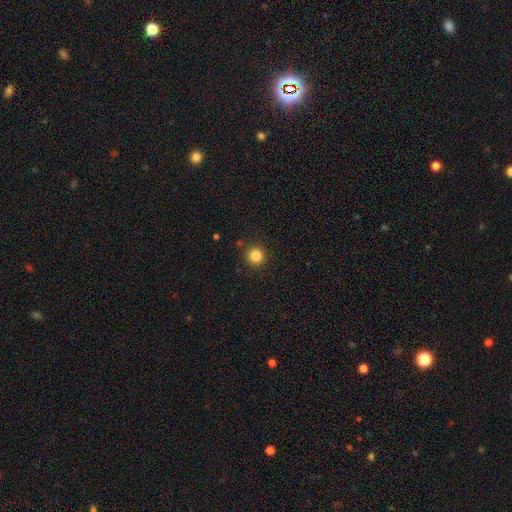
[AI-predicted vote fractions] This is clearly a smooth galaxy (84%). How rounded: clearly round (95%). Merging: clearly none (90%).